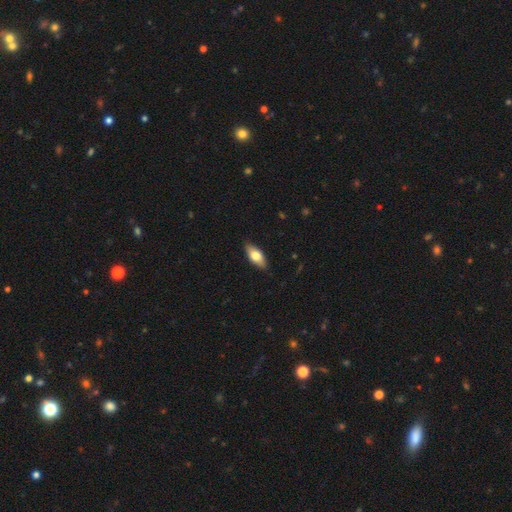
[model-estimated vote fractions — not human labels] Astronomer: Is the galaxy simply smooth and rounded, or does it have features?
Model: smooth — 70%.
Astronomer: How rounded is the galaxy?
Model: in between — 84%.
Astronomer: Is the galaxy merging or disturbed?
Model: none — 87%.